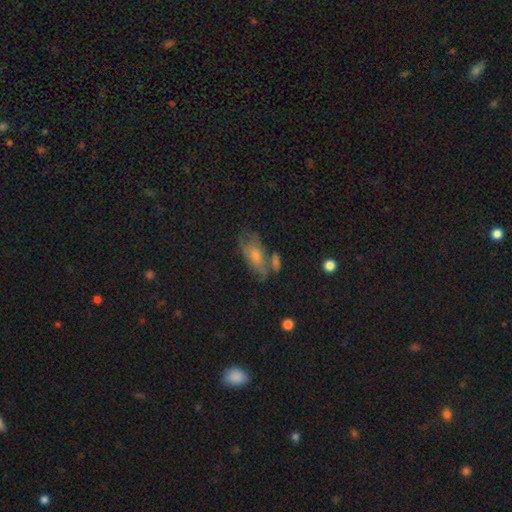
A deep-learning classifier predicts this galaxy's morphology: This appears to be a smooth galaxy with no disk features (47%). Merging: none (48%).